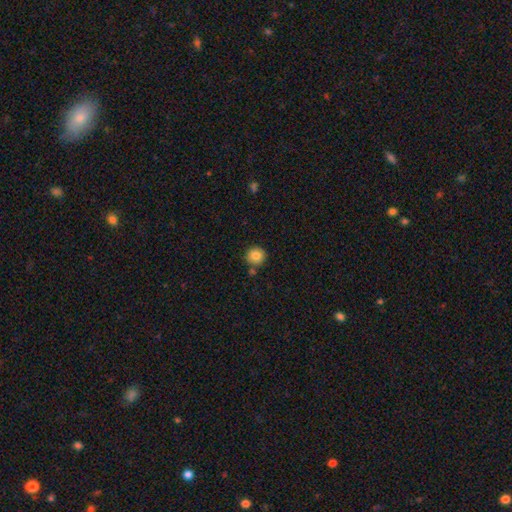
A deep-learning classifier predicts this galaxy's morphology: The model was most divided on "merging": none: 80%, minor disturbance: 10%, merger: 8%, major disturbance: 2%. More confident: how rounded — round (92%); smooth or featured — smooth (83%).